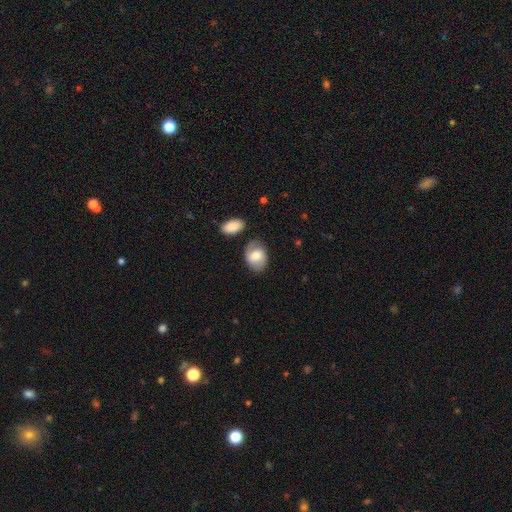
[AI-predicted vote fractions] Smooth or featured? Predicted: smooth (p=0.65). How rounded? Predicted: in between (p=0.75). Merging? Predicted: none (p=0.71).